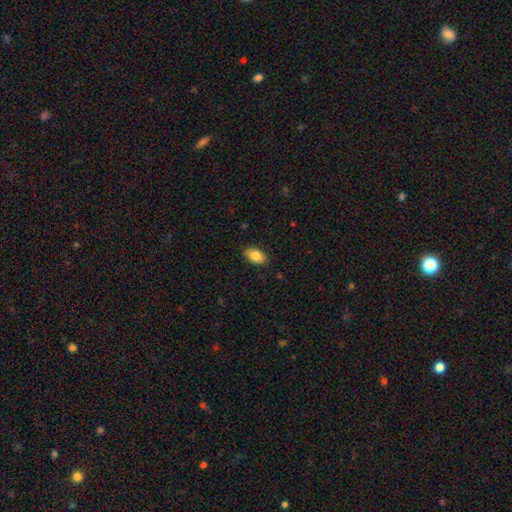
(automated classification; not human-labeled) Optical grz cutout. It shows a smooth galaxy with no disk features (84%) that is in between round and cigar-shaped (93%). Merging: none (88%).